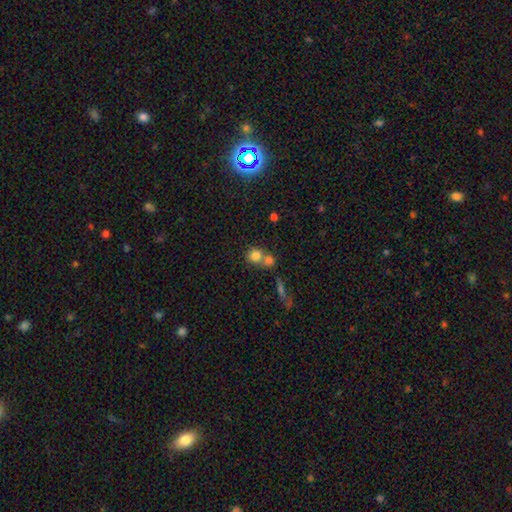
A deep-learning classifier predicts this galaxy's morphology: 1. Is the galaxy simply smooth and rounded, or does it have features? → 78% smooth, 11% star or artifact, 10% featured or disk.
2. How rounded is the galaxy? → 82% round, 17% in between, 1% cigar-shaped.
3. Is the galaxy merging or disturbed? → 50% merger, 40% none, 7% minor disturbance, 3% major disturbance.